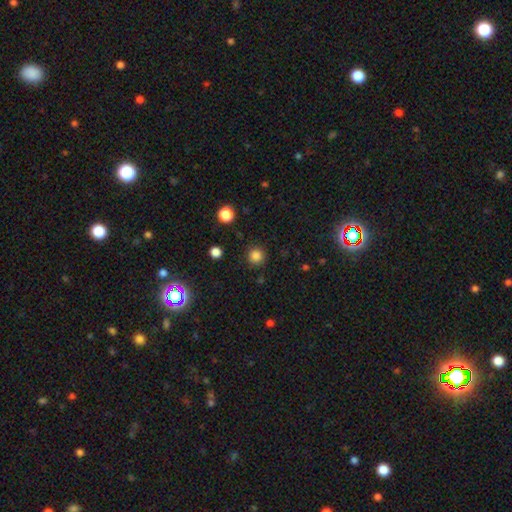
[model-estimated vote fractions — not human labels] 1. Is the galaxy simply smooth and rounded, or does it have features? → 83% smooth, 13% star or artifact, 4% featured or disk.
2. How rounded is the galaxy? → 95% round, 4% in between, 1% cigar-shaped.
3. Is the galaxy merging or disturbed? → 89% none, 7% minor disturbance, 3% major disturbance, 2% merger.